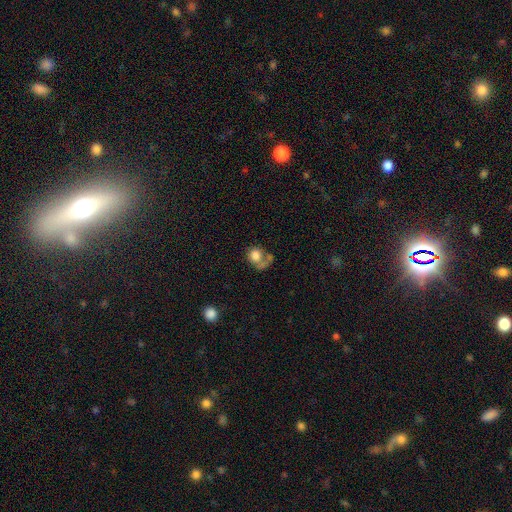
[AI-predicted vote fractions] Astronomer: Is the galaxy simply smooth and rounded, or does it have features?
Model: smooth — 72%.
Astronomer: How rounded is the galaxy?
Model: round — 73%.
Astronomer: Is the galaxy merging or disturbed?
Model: none — 33% (runner-up: merger, 30%).